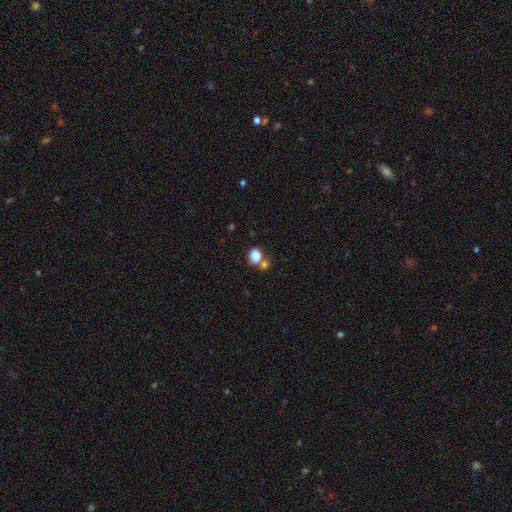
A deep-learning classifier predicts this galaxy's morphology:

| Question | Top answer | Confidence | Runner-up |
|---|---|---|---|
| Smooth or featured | smooth | 84% | star or artifact (10%) |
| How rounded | in between | 67% | round (32%) |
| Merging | none | 45% | merger (38%) |